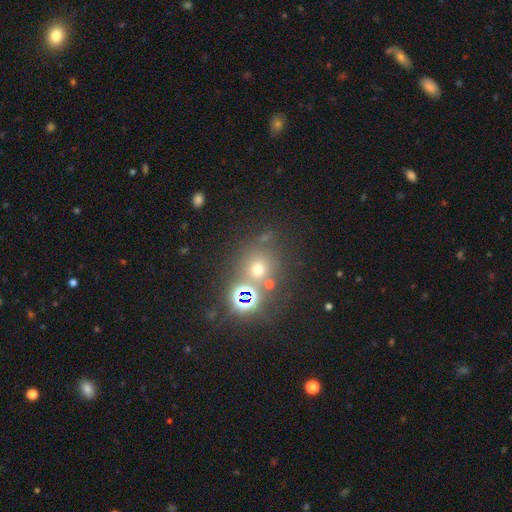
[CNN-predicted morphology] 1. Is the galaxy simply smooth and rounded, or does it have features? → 49% star or artifact, 38% smooth, 13% featured or disk.